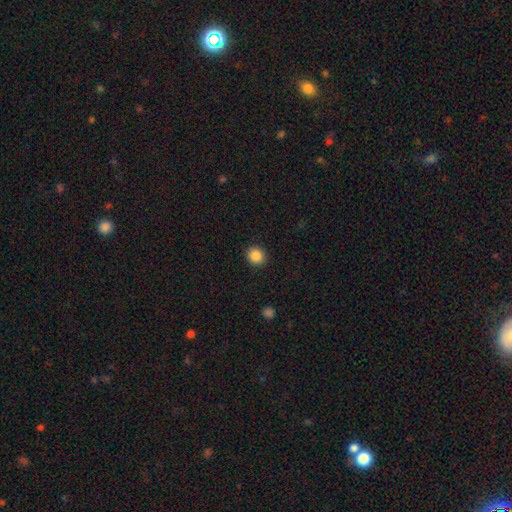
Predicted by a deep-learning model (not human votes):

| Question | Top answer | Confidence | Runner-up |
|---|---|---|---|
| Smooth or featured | smooth | 87% | star or artifact (10%) |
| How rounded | round | 83% | in between (16%) |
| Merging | none | 91% | minor disturbance (6%) |